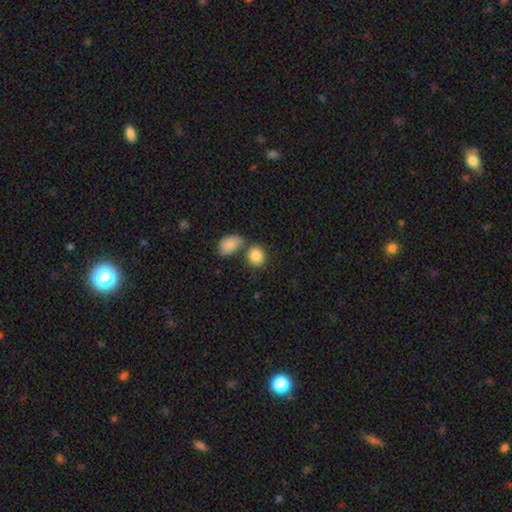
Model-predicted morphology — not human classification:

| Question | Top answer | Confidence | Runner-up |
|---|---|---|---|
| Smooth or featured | smooth | 86% | star or artifact (8%) |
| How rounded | round | 66% | in between (33%) |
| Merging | none | 56% | merger (29%) |